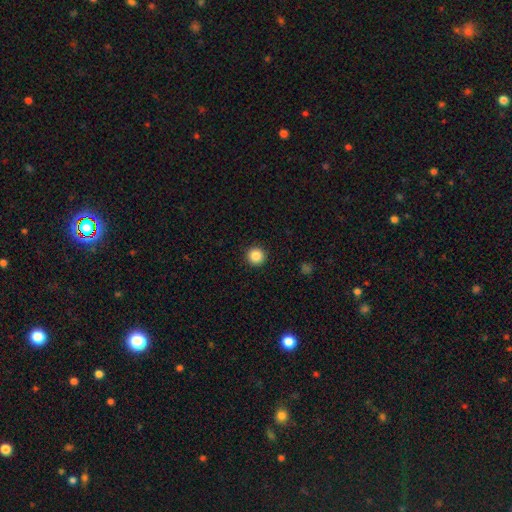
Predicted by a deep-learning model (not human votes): Smooth or featured? Predicted: smooth (p=0.87). How rounded? Predicted: round (p=0.96). Merging? Predicted: none (p=0.93).